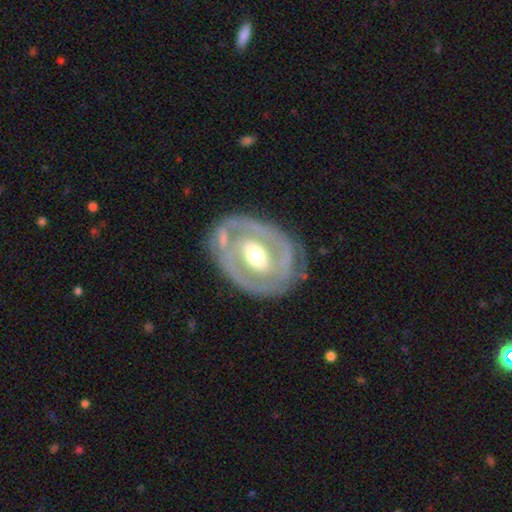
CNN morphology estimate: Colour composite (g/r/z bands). It shows a featured or disk galaxy (82%) with a weak bar (37%), 2 (62%) tight (62%) spiral arms (76%) and a moderate central bulge (71%). Merging: none (67%).